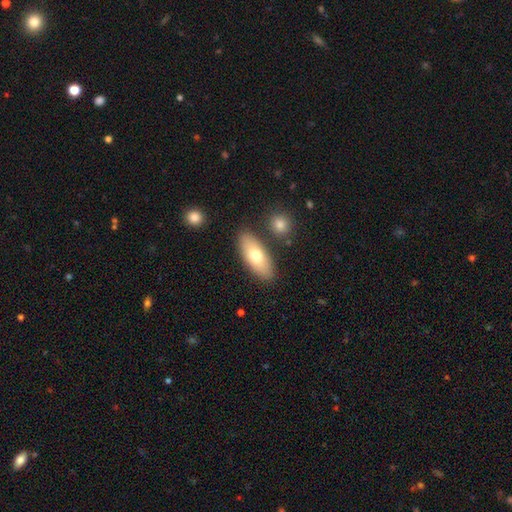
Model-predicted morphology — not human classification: This appears to be a smooth galaxy with no disk features (71%) that is in between round and cigar-shaped (80%). Merging: none (82%).